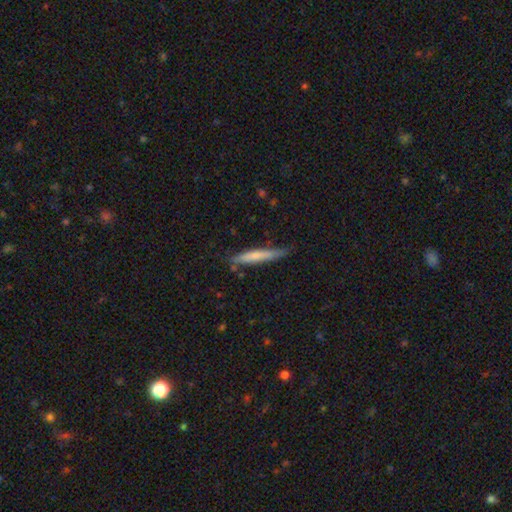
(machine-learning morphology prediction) Smooth or featured? Predicted: smooth (p=0.66). How rounded? Predicted: cigar-shaped (p=0.94). Merging? Predicted: none (p=0.74).